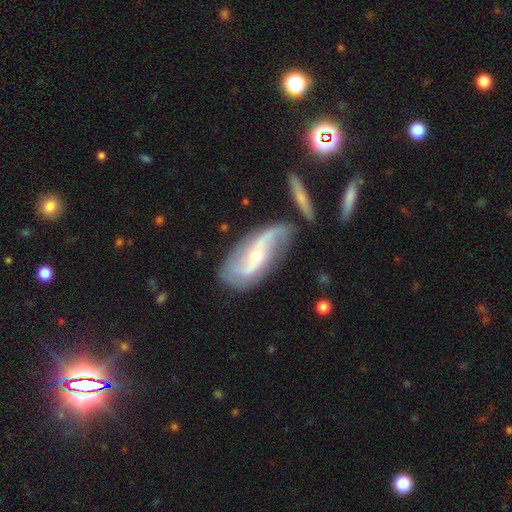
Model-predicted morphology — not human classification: The model was most divided on "bar": no: 46%, weak: 33%, strong: 21%. More confident: spiral arms — yes (94%); edge-on disk — no (93%); spiral arm count — 2 (87%); smooth or featured — featured or disk (82%); spiral winding — loose (71%); bulge size — small (64%); merging — none (63%).